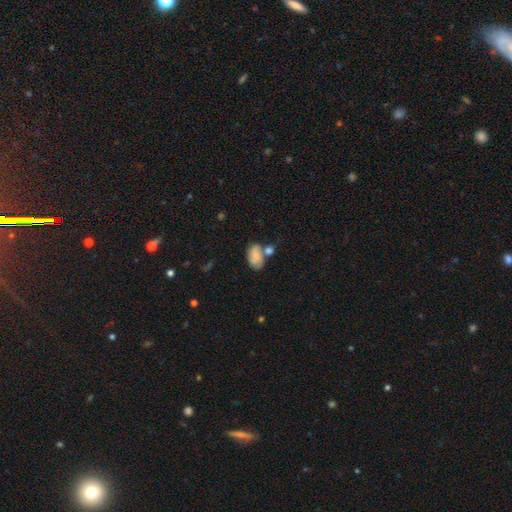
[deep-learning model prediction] smooth_or_featured: smooth (p=0.71) [alt: featured or disk p=0.20]
how_rounded: in between (p=0.88) [alt: round p=0.10]
merging: none (p=0.40) [alt: merger p=0.32]